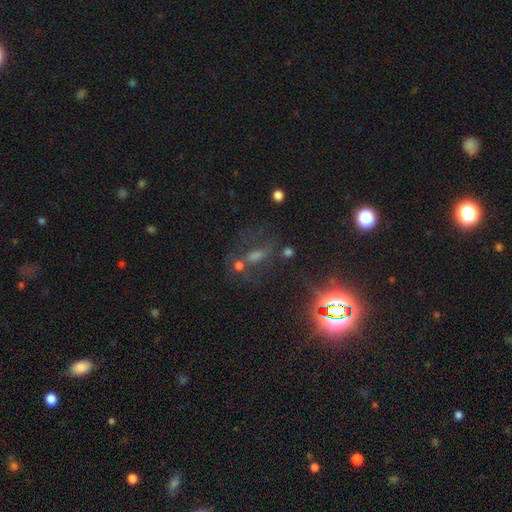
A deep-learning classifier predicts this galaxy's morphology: Smooth or featured? star or artifact (44%)